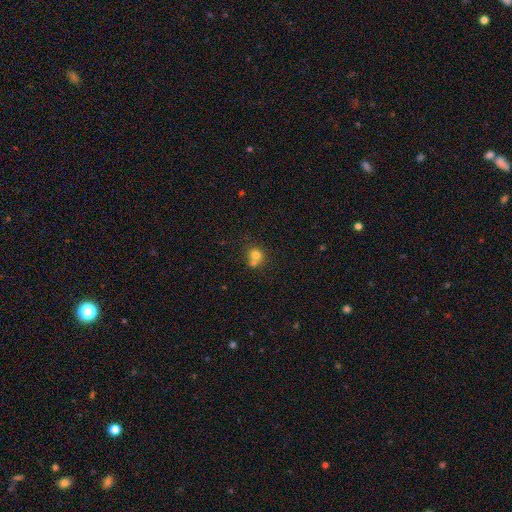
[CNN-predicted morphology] A smooth galaxy with no disk features (75%) that is round (83%).

Vote fractions:
- Smooth or featured? smooth: 75% / star or artifact: 13% / featured or disk: 12%
- How rounded? round: 83% / in between: 16% / cigar-shaped: 1%
- Merging? none: 45% / merger: 43% / minor disturbance: 9% / major disturbance: 3%